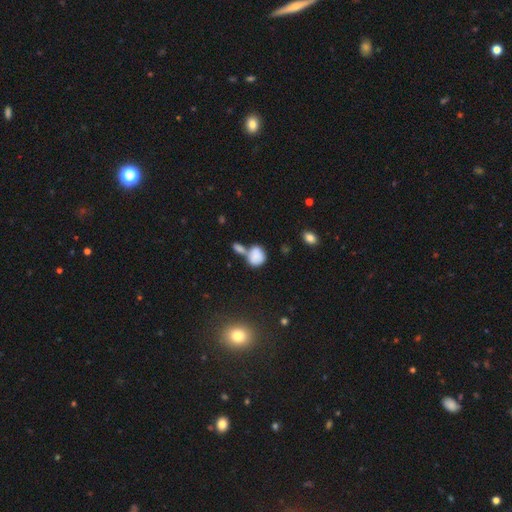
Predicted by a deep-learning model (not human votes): Morphology: type=smooth (80%); roundness=in between (52%); merging=merger (53%).